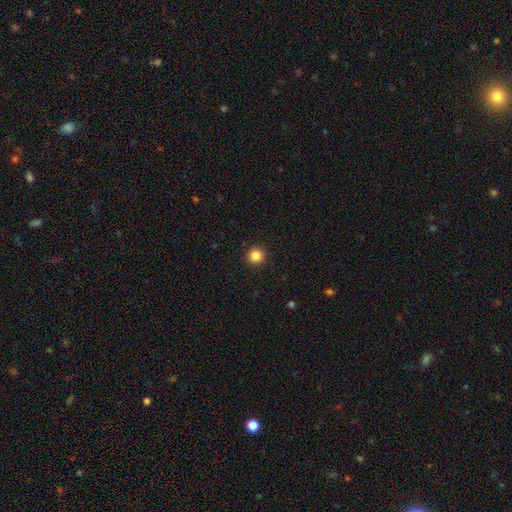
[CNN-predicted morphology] Q: Smooth or featured?
A: smooth (85%); runner-up: star or artifact (11%)
Q: How rounded?
A: round (96%); runner-up: in between (3%)
Q: Merging?
A: none (93%); runner-up: minor disturbance (4%)